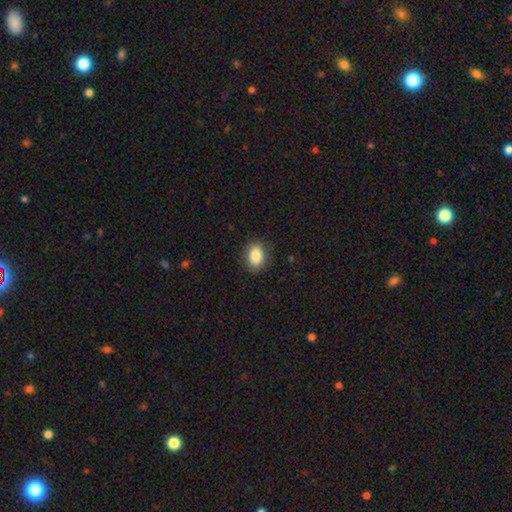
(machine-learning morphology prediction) A smooth galaxy with no disk features (86%) that is in between round and cigar-shaped (73%).

Vote fractions:
- Smooth or featured? smooth: 86% / star or artifact: 8% / featured or disk: 6%
- How rounded? in between: 73% / round: 26% / cigar-shaped: 1%
- Merging? none: 87% / minor disturbance: 10% / major disturbance: 3% / merger: 1%